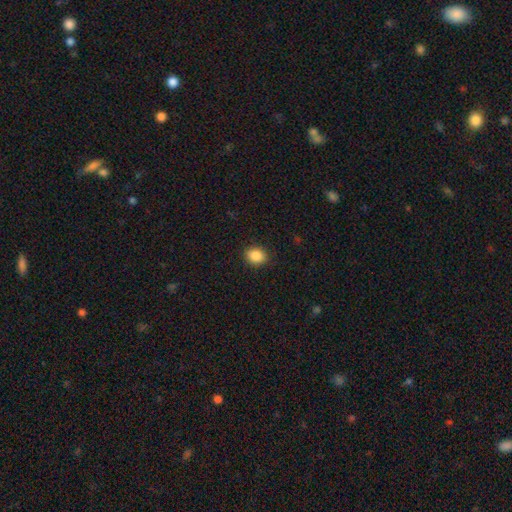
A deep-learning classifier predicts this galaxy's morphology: smooth-or-featured: smooth: 88% | star or artifact: 9% | featured or disk: 3%
  how-rounded: in between: 52% | round: 47% | cigar-shaped: 1%
  merging: none: 89% | minor disturbance: 8% | major disturbance: 2% | merger: 1%